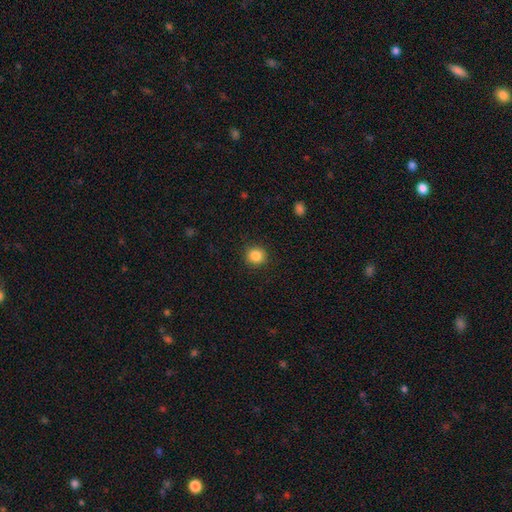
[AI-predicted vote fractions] smooth_or_featured: smooth (p=0.85) [alt: star or artifact p=0.10]
how_rounded: round (p=0.92) [alt: in between p=0.07]
merging: none (p=0.91) [alt: minor disturbance p=0.06]